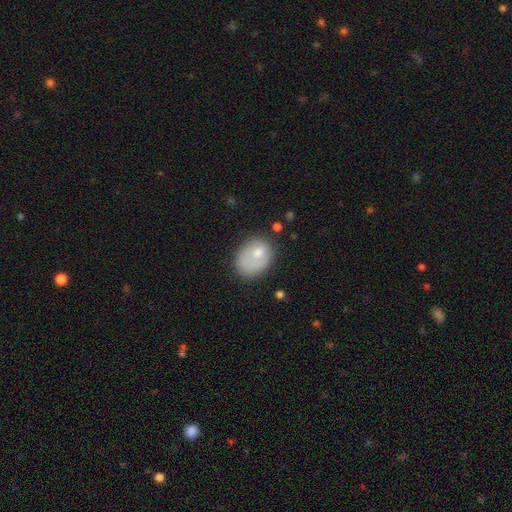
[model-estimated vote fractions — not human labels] Smooth or featured? Predicted: smooth (p=0.66). How rounded? Predicted: in between (p=0.58). Merging? Predicted: none (p=0.48).